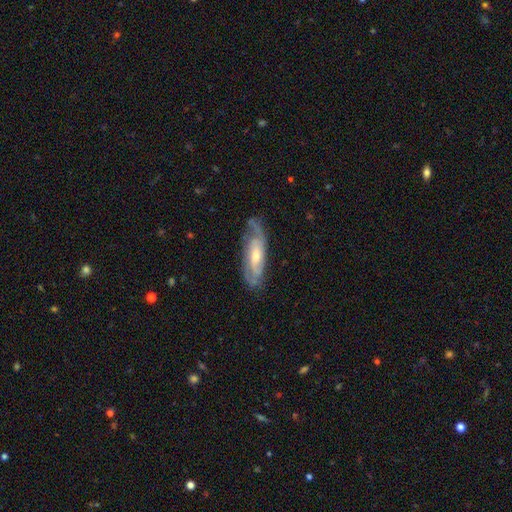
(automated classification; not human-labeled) Smooth or featured?
  - featured or disk: 79% *
  - smooth: 15%
  - star or artifact: 5%
Edge-on disk?
  - no: 82% *
  - yes: 18%
Bar?
  - no: 48% *
  - weak: 39%
  - strong: 12%
Spiral arms?
  - yes: 93% *
  - no: 7%
Spiral winding?
  - tight: 45% *
  - medium: 41%
  - loose: 14%
Spiral arm count?
  - 2: 58% *
  - can't tell: 26%
  - 3: 8%
  - 1: 4%
  - 4: 2%
  - more than 4: 2%
Bulge size?
  - moderate: 54% *
  - small: 34%
  - large: 7%
  - none: 3%
  - dominant: 1%
Merging?
  - none: 72% *
  - minor disturbance: 20%
  - major disturbance: 7%
  - merger: 2%